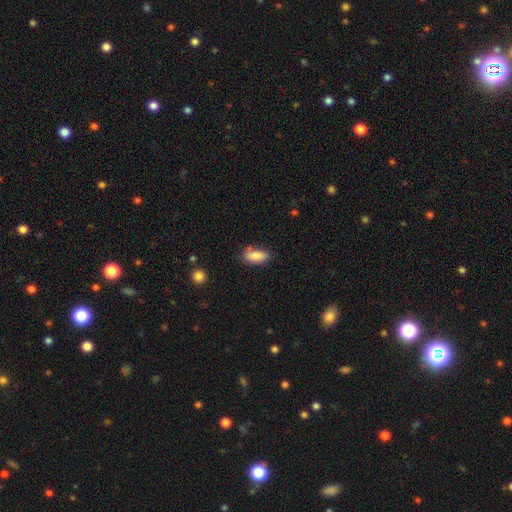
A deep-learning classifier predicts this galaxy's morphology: The model was most divided on "merging": none: 70%, minor disturbance: 21%, merger: 5%, major disturbance: 4%. More confident: smooth or featured — smooth (87%); how rounded — in between (86%).